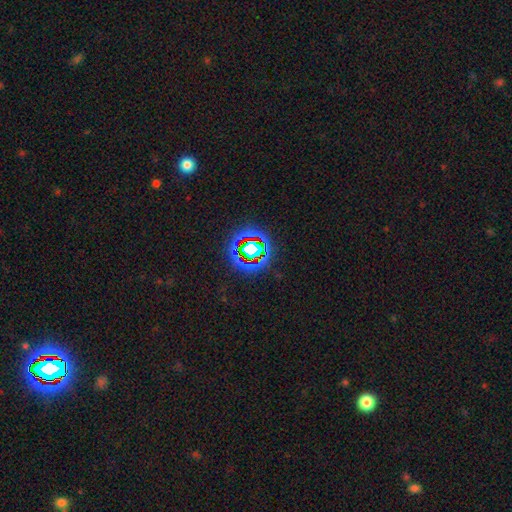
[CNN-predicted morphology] Smooth or featured? Predicted: star or artifact (p=0.74).